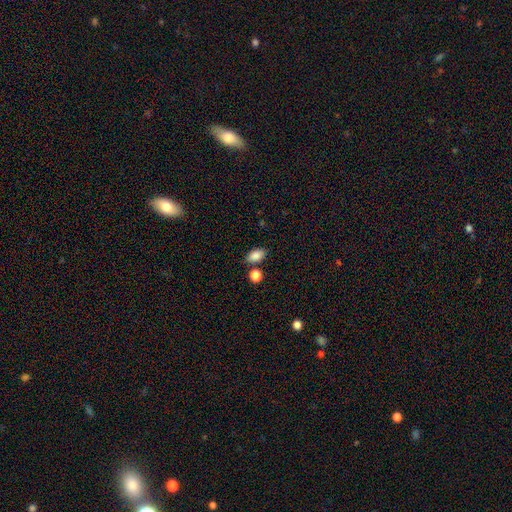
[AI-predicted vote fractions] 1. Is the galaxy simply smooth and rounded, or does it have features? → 86% smooth, 9% star or artifact, 6% featured or disk.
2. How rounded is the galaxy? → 87% in between, 10% round, 2% cigar-shaped.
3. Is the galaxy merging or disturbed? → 75% none, 12% minor disturbance, 10% merger, 3% major disturbance.